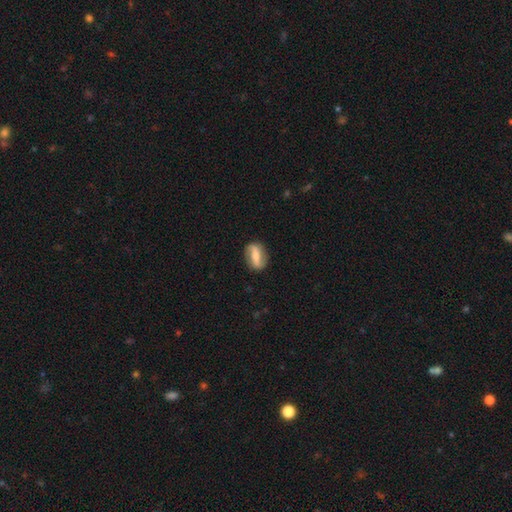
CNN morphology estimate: A featured or disk galaxy (62%) with a strong bar (53%), spiral arms (80%) and a moderate central bulge (47%). Merging: none (84%).